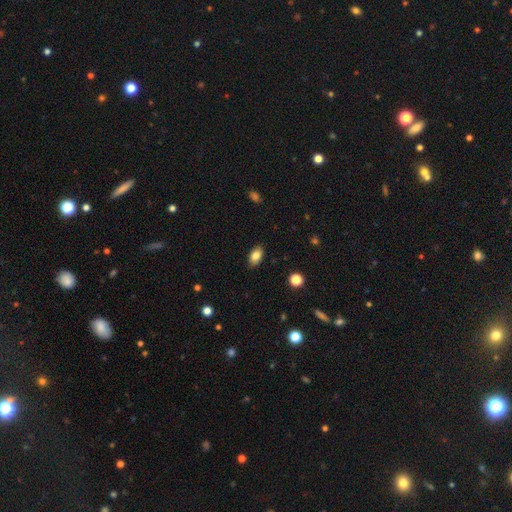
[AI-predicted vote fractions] Q: Smooth or featured?
A: smooth (83%); runner-up: featured or disk (8%)
Q: How rounded?
A: in between (91%); runner-up: round (7%)
Q: Merging?
A: none (88%); runner-up: minor disturbance (9%)